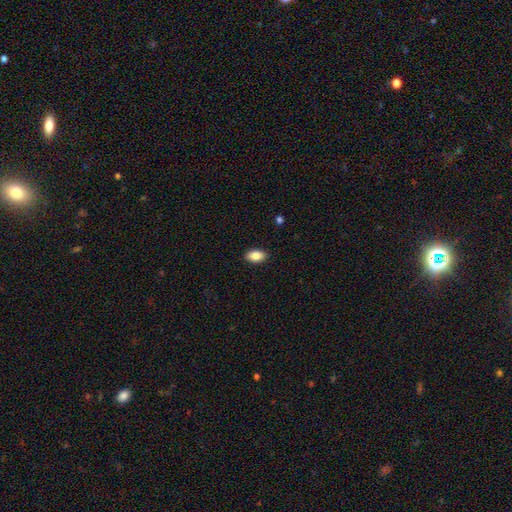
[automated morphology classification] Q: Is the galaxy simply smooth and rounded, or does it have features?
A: smooth — 85%.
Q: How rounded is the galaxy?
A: in between — 92%.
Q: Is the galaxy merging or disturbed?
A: none — 90%.